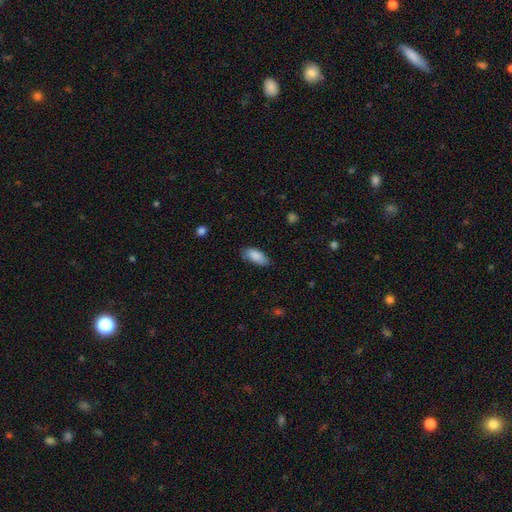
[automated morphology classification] This appears to be a smooth galaxy with no disk features (88%) that is in between round and cigar-shaped (88%). Merging: none (76%).